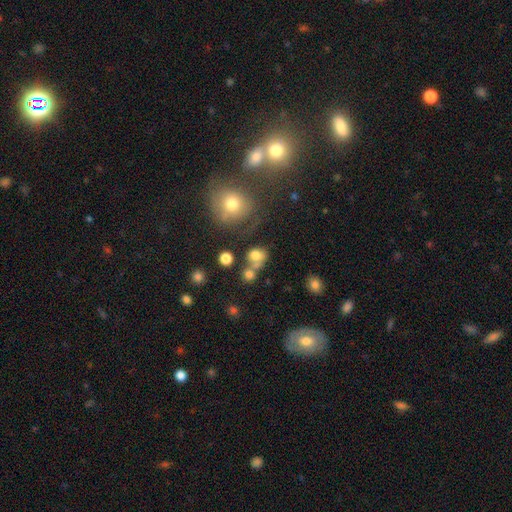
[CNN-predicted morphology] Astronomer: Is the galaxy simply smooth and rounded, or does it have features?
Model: smooth — 73%.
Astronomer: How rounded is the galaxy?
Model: round — 59% (runner-up: in between, 39%).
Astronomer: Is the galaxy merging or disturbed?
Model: merger — 41% (runner-up: none, 37%).